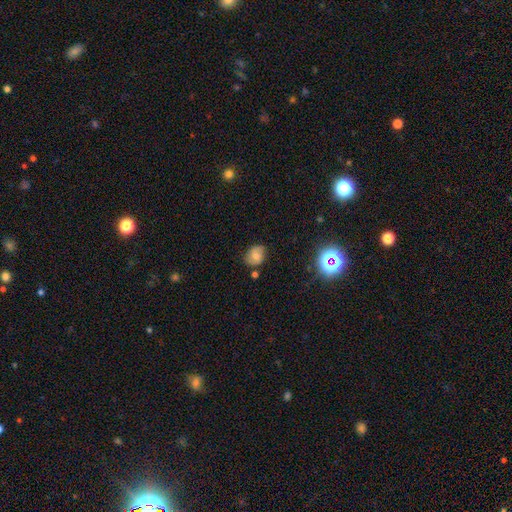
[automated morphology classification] Smooth or featured? smooth (56%)
How rounded? round (53%)
Merging? none (71%)